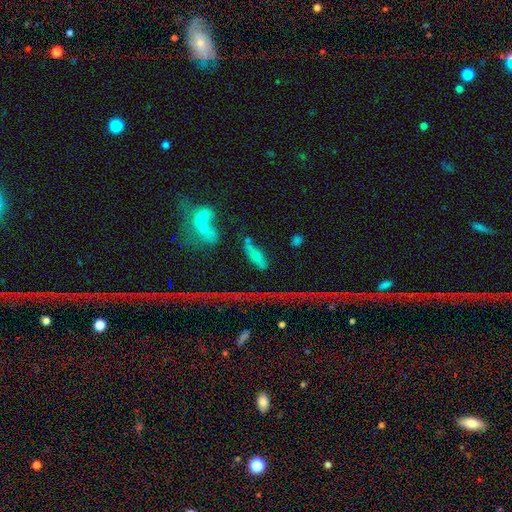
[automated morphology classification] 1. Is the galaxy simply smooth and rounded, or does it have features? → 50% smooth, 34% featured or disk, 16% star or artifact.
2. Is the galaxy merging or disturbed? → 46% none, 19% minor disturbance, 18% major disturbance, 17% merger.